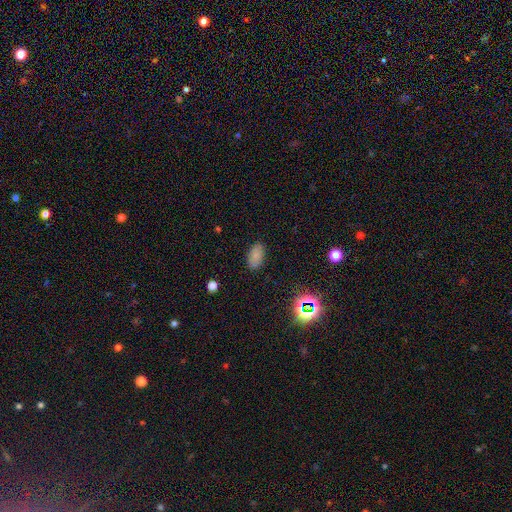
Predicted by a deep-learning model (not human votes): Smooth or featured: smooth — 82% (star or artifact — 13%)
How rounded: in between — 93% (round — 4%)
Merging: none — 85% (minor disturbance — 11%)